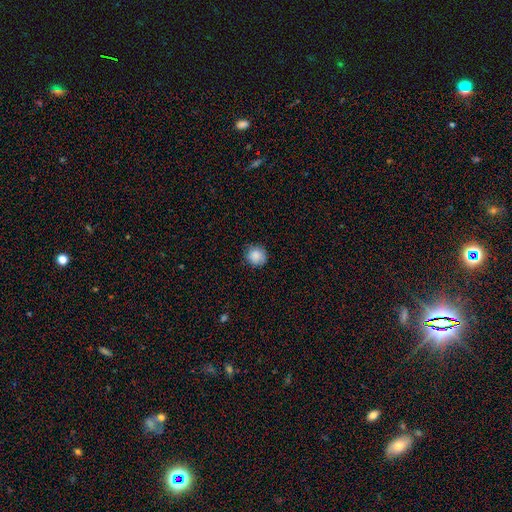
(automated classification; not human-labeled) Morphology: type=smooth (86%); roundness=round (88%); merging=none (80%).